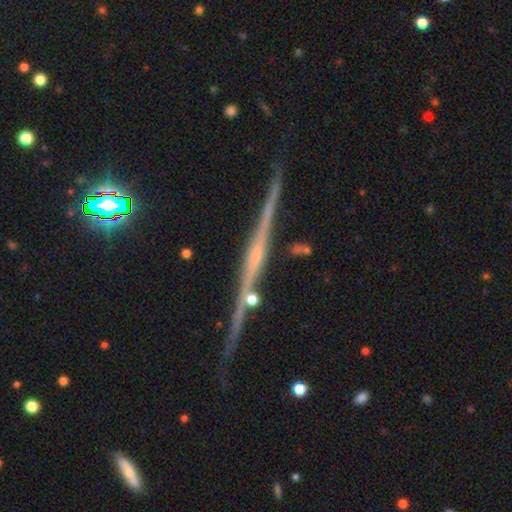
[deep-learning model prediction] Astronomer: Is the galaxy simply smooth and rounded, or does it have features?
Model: featured or disk — 78%.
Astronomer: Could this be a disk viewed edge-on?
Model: yes — 97%.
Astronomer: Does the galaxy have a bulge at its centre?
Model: none — 57% (runner-up: rounded, 32%).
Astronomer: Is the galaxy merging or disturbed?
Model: none — 83%.